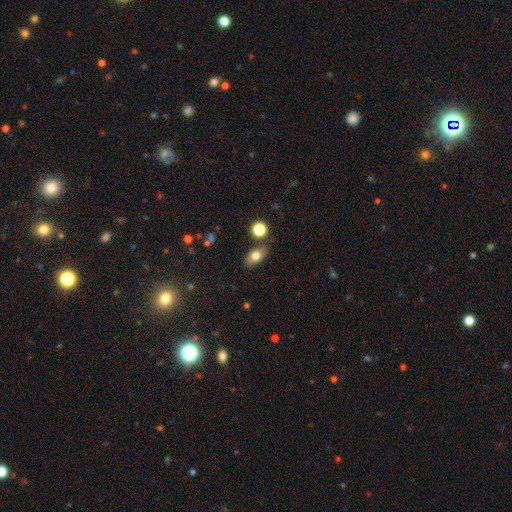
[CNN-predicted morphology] Smooth or featured? smooth (76%)
How rounded? in between (85%)
Merging? none (78%)